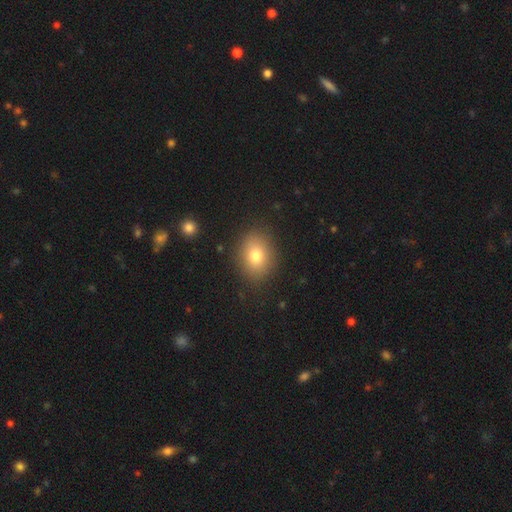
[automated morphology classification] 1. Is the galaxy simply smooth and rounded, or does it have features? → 78% smooth, 11% featured or disk, 11% star or artifact.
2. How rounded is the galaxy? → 59% in between, 40% round, 1% cigar-shaped.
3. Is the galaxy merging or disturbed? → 87% none, 9% minor disturbance, 3% major disturbance, 1% merger.